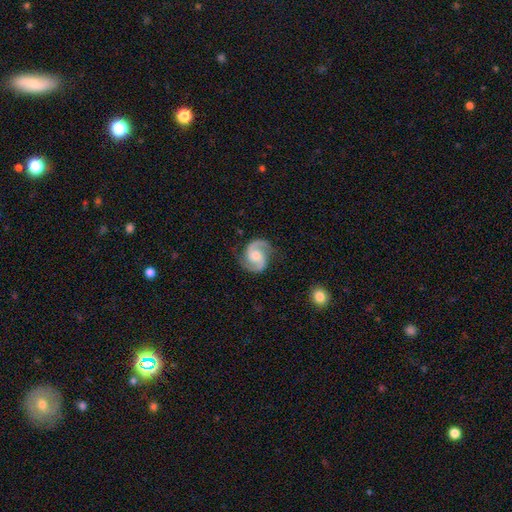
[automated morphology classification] Overall: featured or disk (90%). Edge-on disk: no (98%). Bar: no (57%; weak 35%). Spiral arms: yes (98%). Spiral arm count: 2 (94%). Spiral winding: medium (59%; tight 23%). Bulge size: moderate (52%; small 28%). Merging: none (82%).